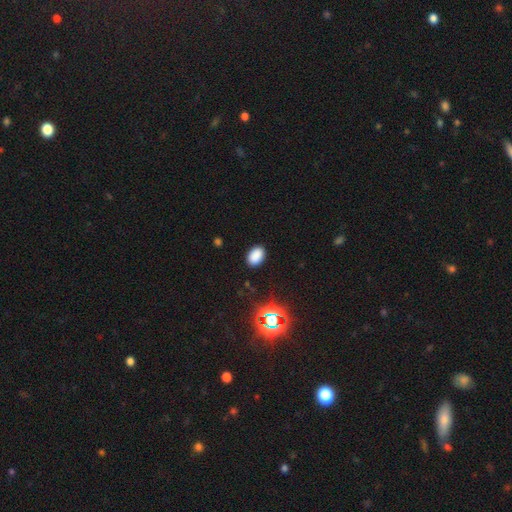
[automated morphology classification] Smooth or featured: smooth — 82% (star or artifact — 14%)
How rounded: in between — 86% (round — 13%)
Merging: none — 88% (minor disturbance — 9%)